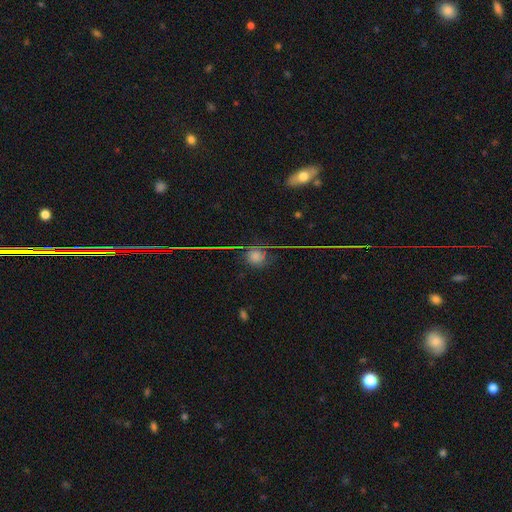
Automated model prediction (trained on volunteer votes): Smooth or featured? smooth (51%)
How rounded? round (84%)
Merging? none (77%)